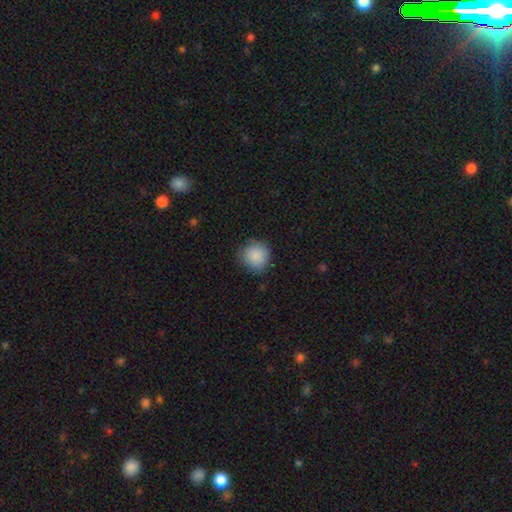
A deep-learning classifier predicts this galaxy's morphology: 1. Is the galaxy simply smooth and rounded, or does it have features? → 88% smooth, 8% star or artifact, 5% featured or disk.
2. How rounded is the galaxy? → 90% round, 10% in between, 1% cigar-shaped.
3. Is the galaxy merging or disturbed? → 79% none, 16% minor disturbance, 3% major disturbance, 1% merger.